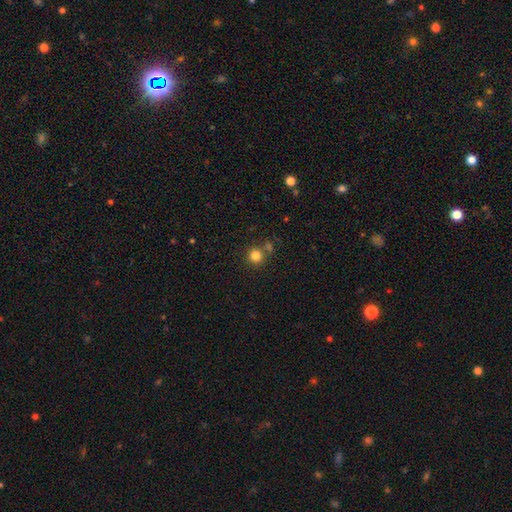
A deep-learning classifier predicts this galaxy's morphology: The model was most divided on "merging": none: 75%, merger: 14%, minor disturbance: 8%, major disturbance: 3%. More confident: how rounded — round (93%); smooth or featured — smooth (82%).